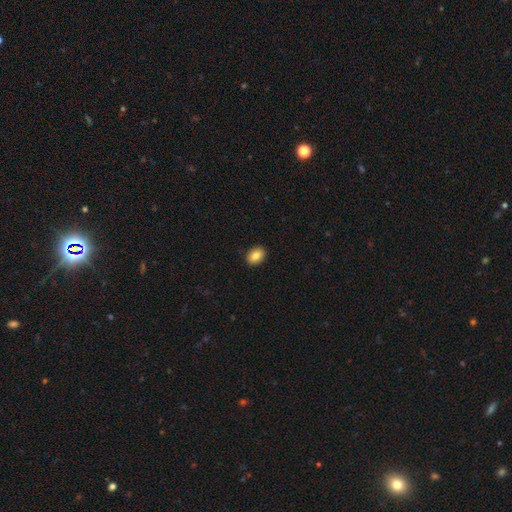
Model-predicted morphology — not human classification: A smooth galaxy with no disk features (85%) that is in between round and cigar-shaped (74%).

Vote fractions:
- Smooth or featured? smooth: 85% / star or artifact: 8% / featured or disk: 7%
- How rounded? in between: 74% / round: 24% / cigar-shaped: 1%
- Merging? none: 90% / minor disturbance: 7% / major disturbance: 2% / merger: 1%